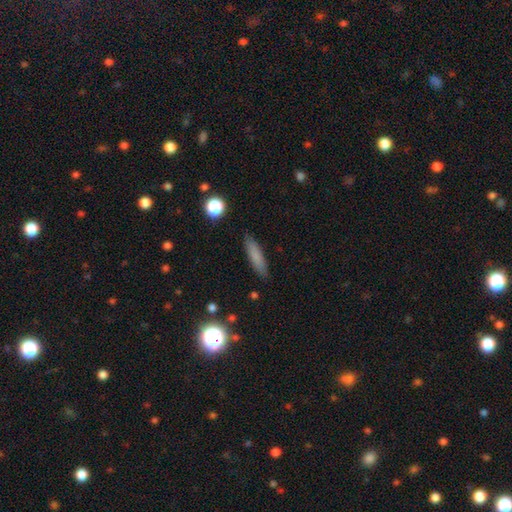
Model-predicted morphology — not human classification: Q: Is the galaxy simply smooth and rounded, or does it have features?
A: smooth — 78%.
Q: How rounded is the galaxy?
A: cigar-shaped — 77%.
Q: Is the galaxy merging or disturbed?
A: none — 88%.